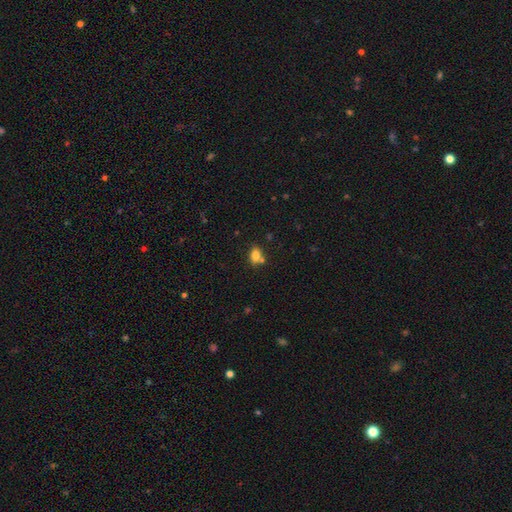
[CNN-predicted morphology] Smooth or featured?
  - smooth: 79% *
  - star or artifact: 11%
  - featured or disk: 10%
How rounded?
  - in between: 72% *
  - round: 26%
  - cigar-shaped: 2%
Merging?
  - none: 60% *
  - merger: 22%
  - minor disturbance: 14%
  - major disturbance: 4%